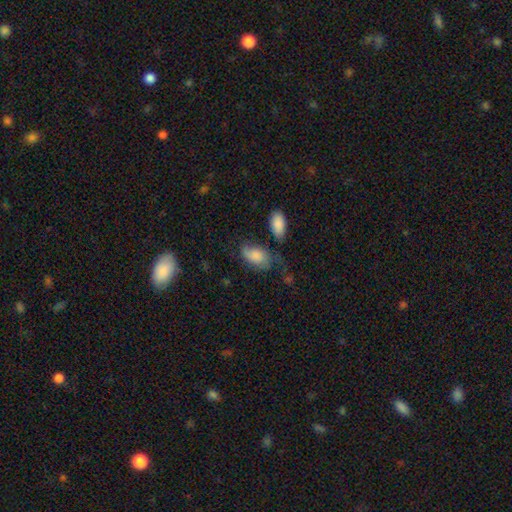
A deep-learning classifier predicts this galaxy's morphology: This is likely a smooth galaxy (71%). How rounded: clearly in between (91%). Merging: marginally none (37%).